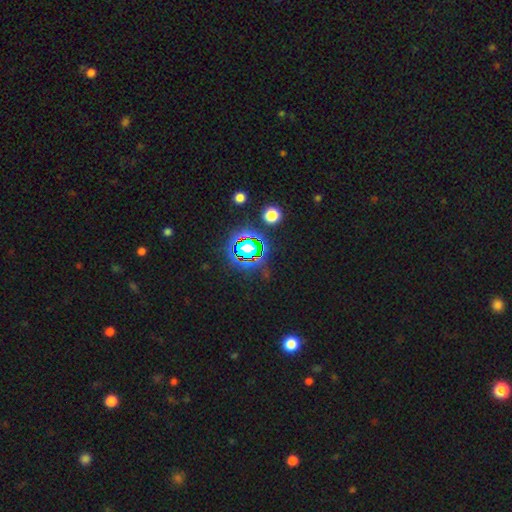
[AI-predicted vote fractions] smooth-or-featured: star or artifact: 77% | smooth: 14% | featured or disk: 9%